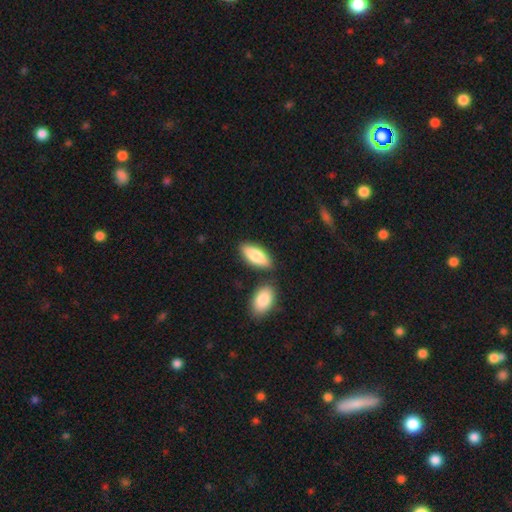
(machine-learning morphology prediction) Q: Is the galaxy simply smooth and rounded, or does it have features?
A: smooth — 79%.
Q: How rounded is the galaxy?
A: in between — 76%.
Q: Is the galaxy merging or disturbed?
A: none — 74%.